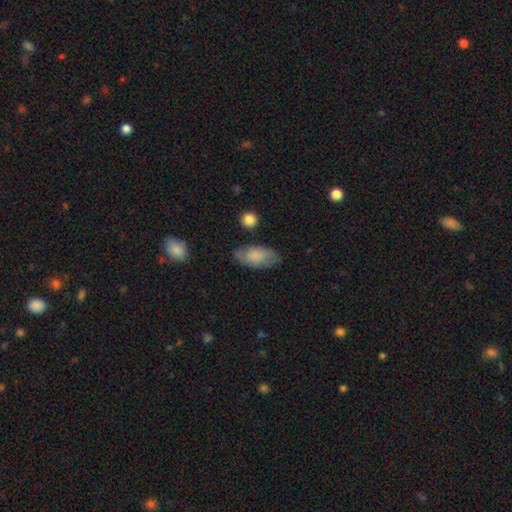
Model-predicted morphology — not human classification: A smooth galaxy with no disk features (68%) that is in between round and cigar-shaped (91%).

Vote fractions:
- Smooth or featured? smooth: 68% / featured or disk: 26% / star or artifact: 7%
- How rounded? in between: 91% / cigar-shaped: 5% / round: 4%
- Merging? none: 70% / minor disturbance: 21% / major disturbance: 6% / merger: 2%